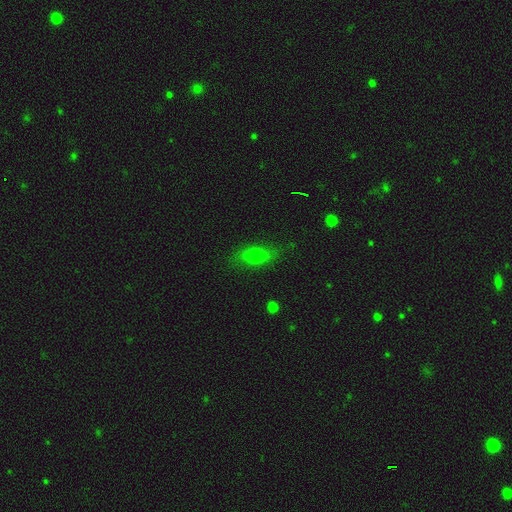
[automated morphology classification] Overall: smooth (71%). How rounded: in between (75%). Merging: none (77%).